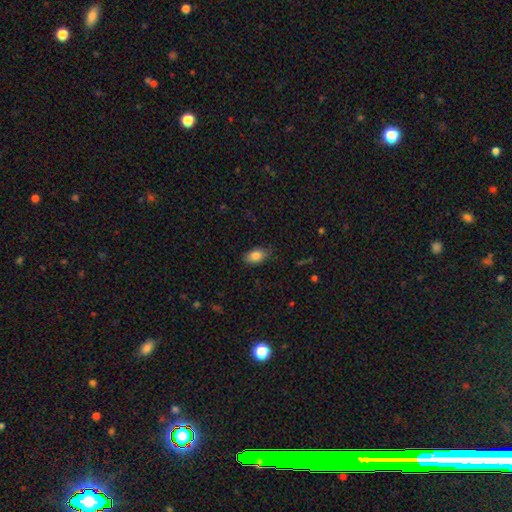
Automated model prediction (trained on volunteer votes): This appears to be a smooth galaxy with no disk features (83%) that is in between round and cigar-shaped (88%). Merging: none (81%).